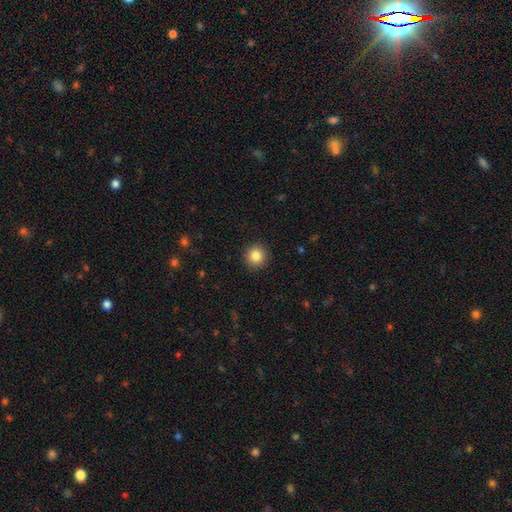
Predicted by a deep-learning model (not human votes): smooth-or-featured: smooth: 85% | star or artifact: 10% | featured or disk: 5%
  how-rounded: round: 92% | in between: 7% | cigar-shaped: 1%
  merging: none: 92% | minor disturbance: 5% | major disturbance: 2% | merger: 1%